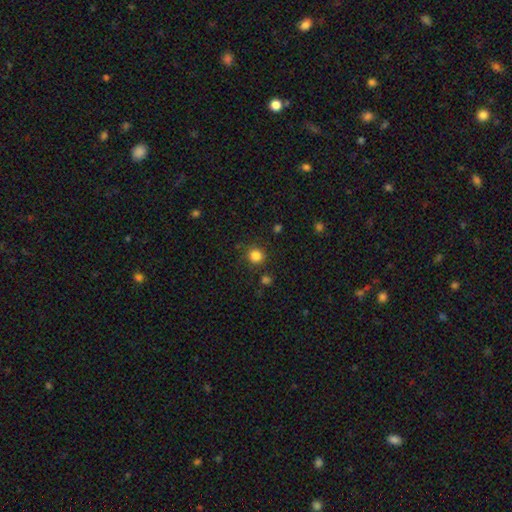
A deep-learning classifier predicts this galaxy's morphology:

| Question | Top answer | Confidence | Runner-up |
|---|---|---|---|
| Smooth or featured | smooth | 83% | star or artifact (12%) |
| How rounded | round | 92% | in between (7%) |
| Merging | none | 84% | minor disturbance (9%) |